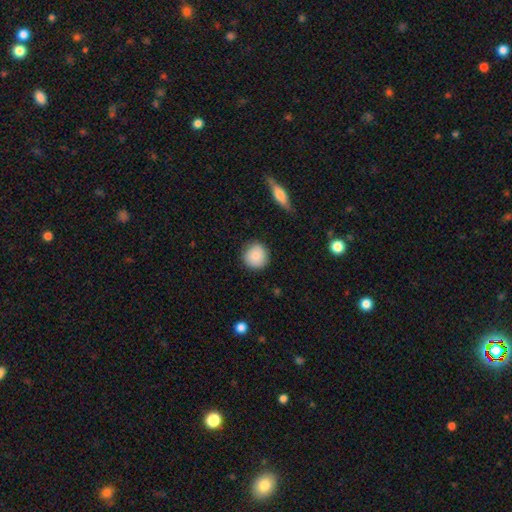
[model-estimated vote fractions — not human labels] smooth-or-featured: smooth: 85% | featured or disk: 8% | star or artifact: 7%
  how-rounded: round: 93% | in between: 6% | cigar-shaped: 1%
  merging: none: 85% | minor disturbance: 11% | major disturbance: 2% | merger: 1%